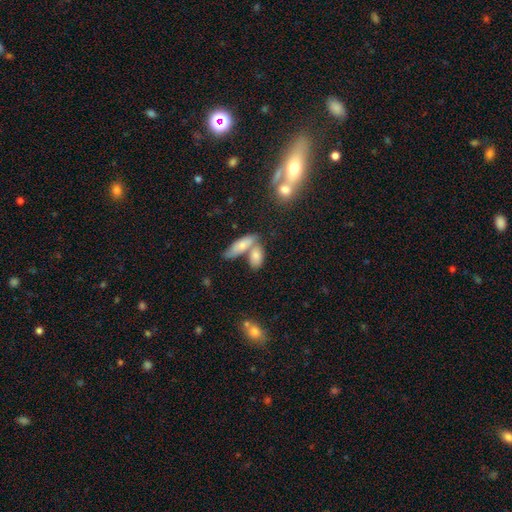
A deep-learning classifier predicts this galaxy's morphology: A smooth galaxy with no disk features (78%) that is in between round and cigar-shaped (82%). Merging: merger (46%).